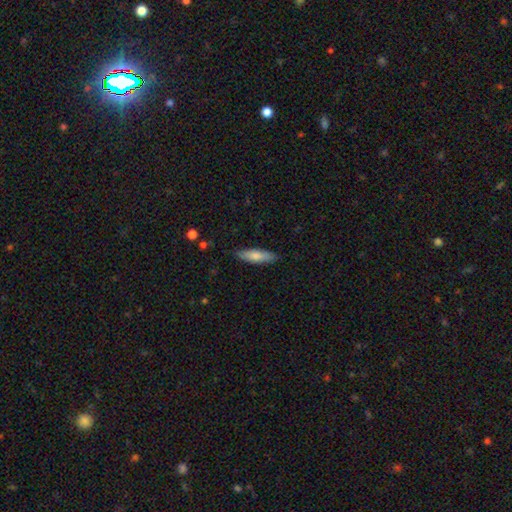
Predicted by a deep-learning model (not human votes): smooth-or-featured: smooth: 77% | featured or disk: 18% | star or artifact: 6%
  how-rounded: cigar-shaped: 57% | in between: 41% | round: 2%
  merging: none: 85% | minor disturbance: 11% | major disturbance: 2% | merger: 1%